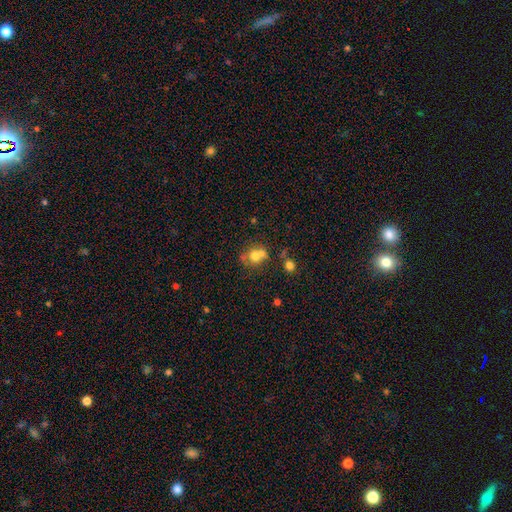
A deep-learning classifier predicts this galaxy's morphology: A smooth galaxy with no disk features (65%) that is round (75%).

Vote fractions:
- Smooth or featured? smooth: 65% / featured or disk: 21% / star or artifact: 13%
- How rounded? round: 75% / in between: 24% / cigar-shaped: 1%
- Merging? merger: 44% / none: 40% / minor disturbance: 10% / major disturbance: 5%